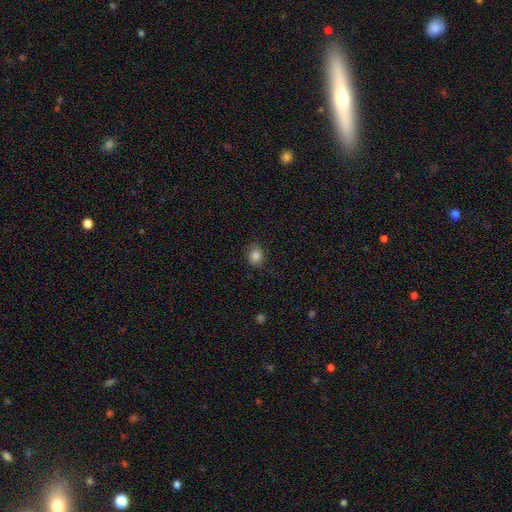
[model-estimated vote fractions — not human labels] Q: Smooth or featured?
A: smooth (84%); runner-up: star or artifact (10%)
Q: How rounded?
A: in between (53%); runner-up: round (46%)
Q: Merging?
A: none (77%); runner-up: minor disturbance (17%)